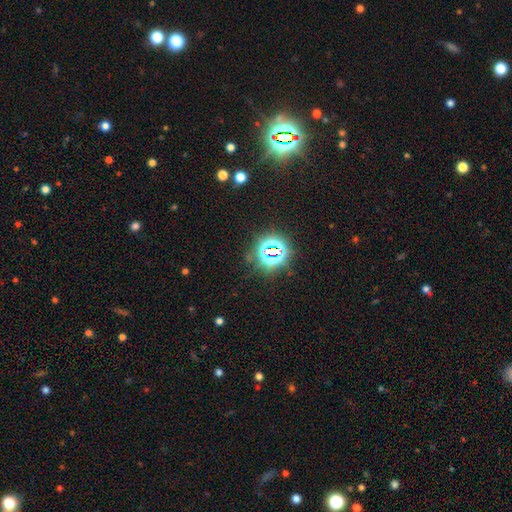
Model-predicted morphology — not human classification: This appears to be a star or artifact, not a galaxy (82%).